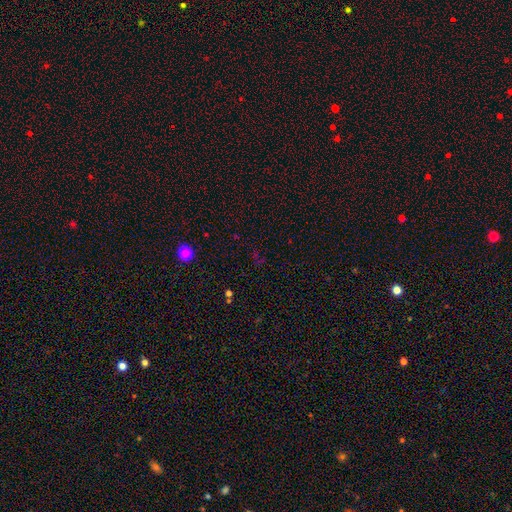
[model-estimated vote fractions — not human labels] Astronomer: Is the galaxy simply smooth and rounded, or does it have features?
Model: star or artifact — 61%.